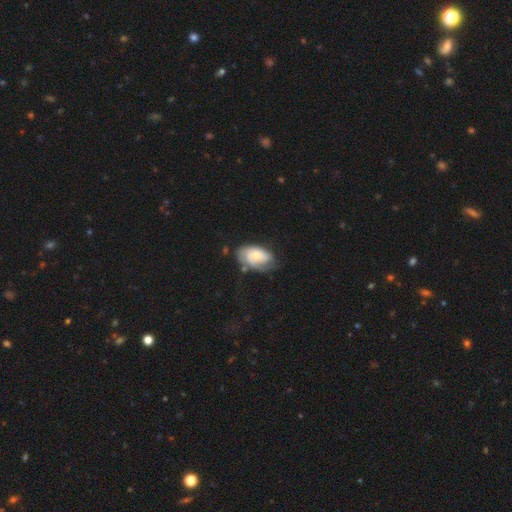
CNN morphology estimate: A featured or disk galaxy (54%) with no bar (75%), spiral arms (82%) and a small central bulge (48%).

Vote fractions:
- Smooth or featured? featured or disk: 54% / smooth: 40% / star or artifact: 7%
- Edge-on disk? no: 95% / yes: 5%
- Bar? no: 75% / weak: 21% / strong: 4%
- Spiral arms? yes: 82% / no: 18%
- Bulge size? small: 48% / moderate: 42% / large: 5% / none: 3% / dominant: 1%
- Merging? none: 55% / minor disturbance: 28% / major disturbance: 12% / merger: 4%